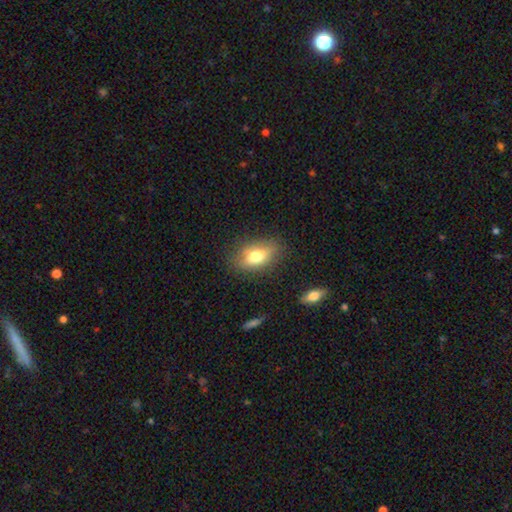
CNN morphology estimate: The model was most divided on "smooth or featured": smooth: 72%, featured or disk: 19%, star or artifact: 9%. More confident: how rounded — in between (83%); merging — none (78%).